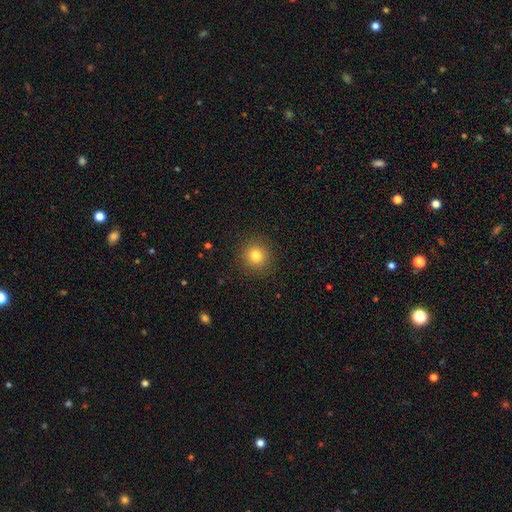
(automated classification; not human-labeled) Smooth or featured? smooth (81%)
How rounded? round (93%)
Merging? none (91%)